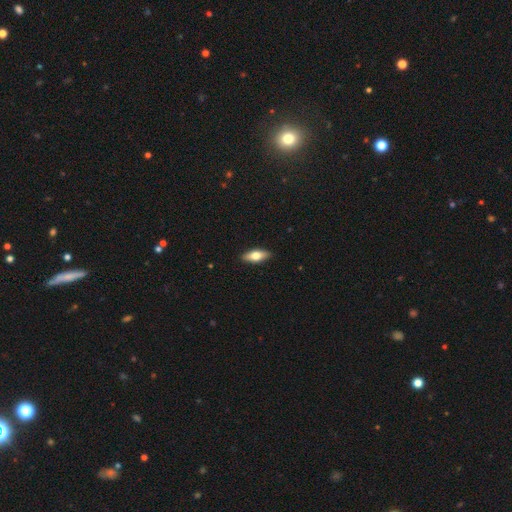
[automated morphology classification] A smooth galaxy with no disk features (65%) that is in between round and cigar-shaped (74%). Merging: none (90%).